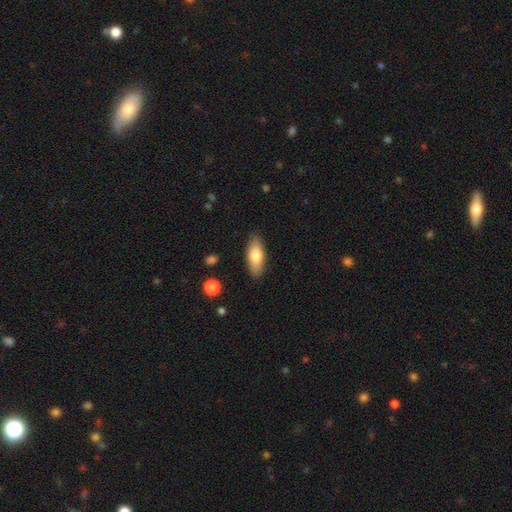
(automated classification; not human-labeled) Smooth or featured? Predicted: smooth (p=0.75). How rounded? Predicted: in between (p=0.76). Merging? Predicted: none (p=0.87).